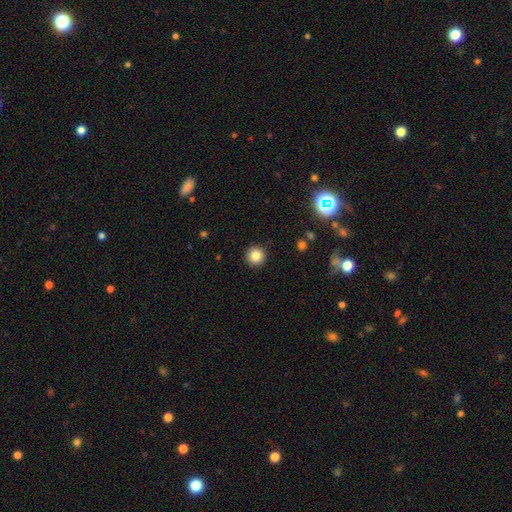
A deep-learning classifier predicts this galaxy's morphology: Q: Smooth or featured?
A: smooth (83%); runner-up: star or artifact (11%)
Q: How rounded?
A: round (96%); runner-up: in between (3%)
Q: Merging?
A: none (92%); runner-up: minor disturbance (5%)